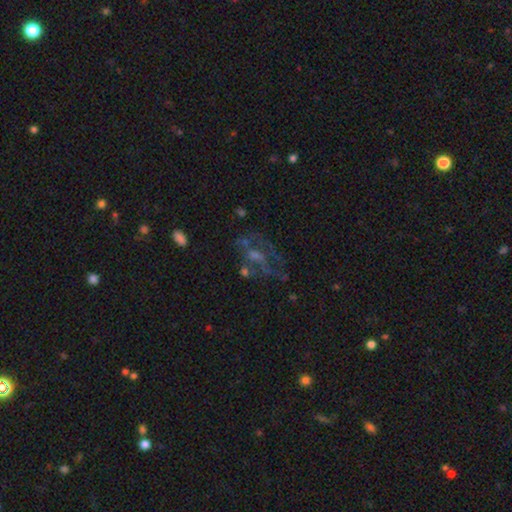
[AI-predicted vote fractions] smooth-or-featured: featured or disk: 58% | star or artifact: 25% | smooth: 17%
  disk-edge-on: no: 94% | yes: 6%
    bar: no: 60% | weak: 30% | strong: 10%
    has-spiral-arms: yes: 51% | no: 49%
    bulge-size: small: 41% | moderate: 31% | none: 22% | large: 4% | dominant: 2%
  merging: none: 47% | major disturbance: 26% | minor disturbance: 17% | merger: 10%